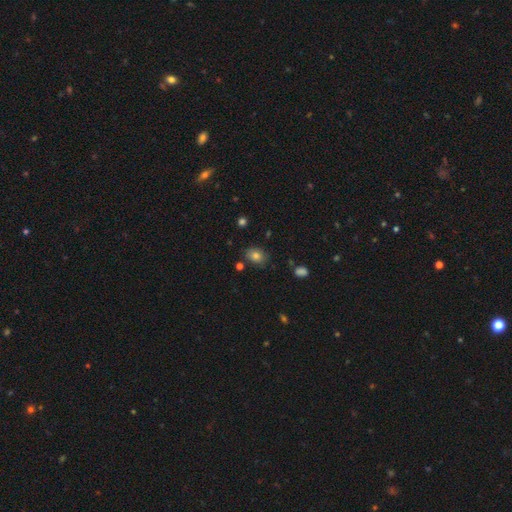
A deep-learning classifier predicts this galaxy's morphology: Q: Smooth or featured?
A: smooth (79%); runner-up: star or artifact (12%)
Q: How rounded?
A: in between (61%); runner-up: round (38%)
Q: Merging?
A: none (80%); runner-up: minor disturbance (14%)